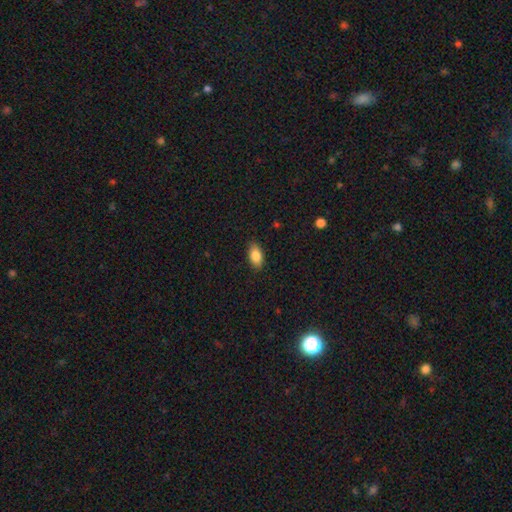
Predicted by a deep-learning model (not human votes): smooth-or-featured: smooth: 86% | star or artifact: 7% | featured or disk: 7%
  how-rounded: in between: 91% | cigar-shaped: 5% | round: 4%
  merging: none: 86% | minor disturbance: 11% | major disturbance: 2% | merger: 1%